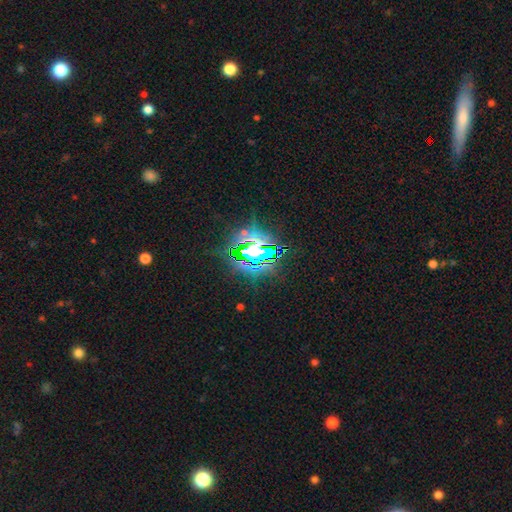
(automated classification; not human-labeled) A star or artifact, not a galaxy (82%).